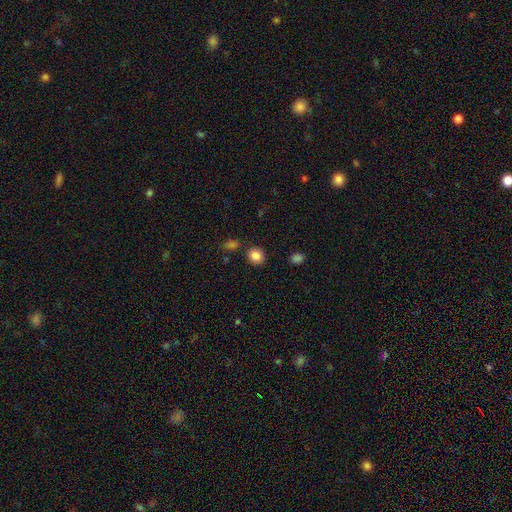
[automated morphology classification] Smooth or featured? smooth (86%)
How rounded? round (73%)
Merging? none (85%)